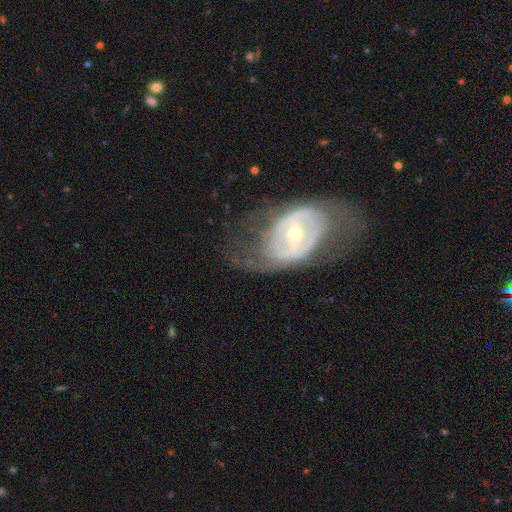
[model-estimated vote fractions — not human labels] featured or disk 79%, smooth 12%, star or artifact 9%. Down the decision tree: edge-on disk — no (95%); bar — no (43%); spiral arms — yes (81%); spiral arm count — 2 (75%); spiral winding — medium (40%); bulge size — small (52%); merging — none (68%).